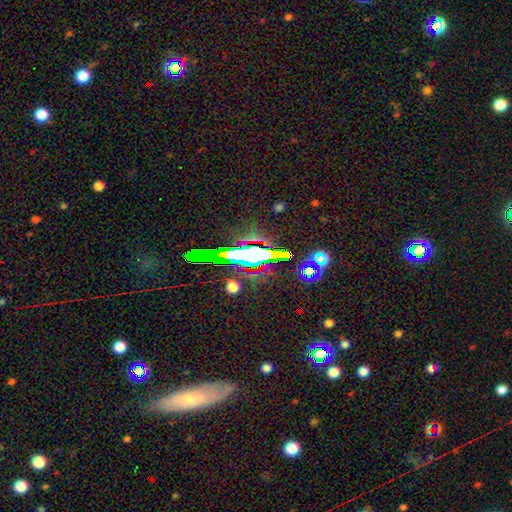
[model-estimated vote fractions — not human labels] Morphology: type=star or artifact (53%).